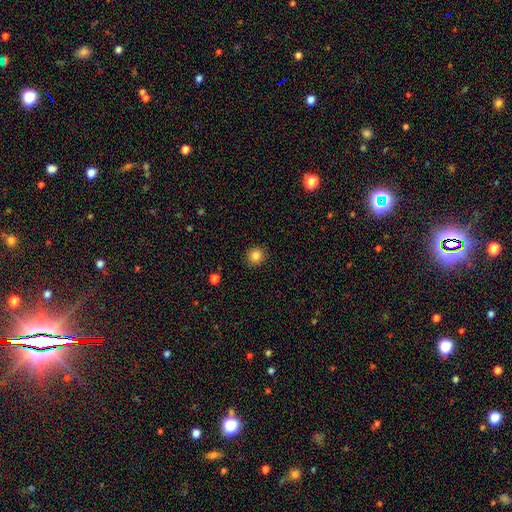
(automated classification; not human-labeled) smooth 84%, star or artifact 11%, featured or disk 5%. Down the decision tree: how rounded — round (90%); merging — none (89%).